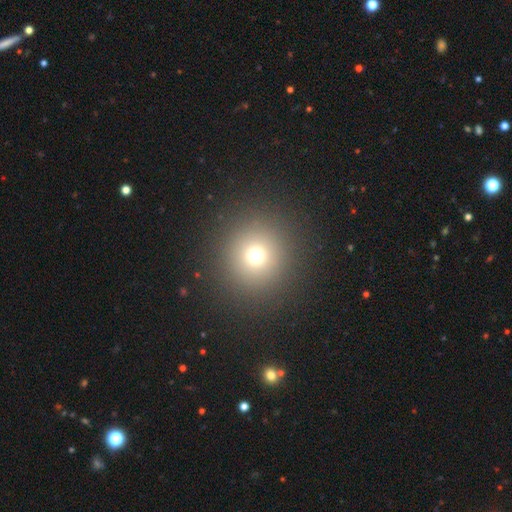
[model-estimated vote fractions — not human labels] This is likely a smooth galaxy (70%). How rounded: clearly round (91%). Merging: clearly none (90%).